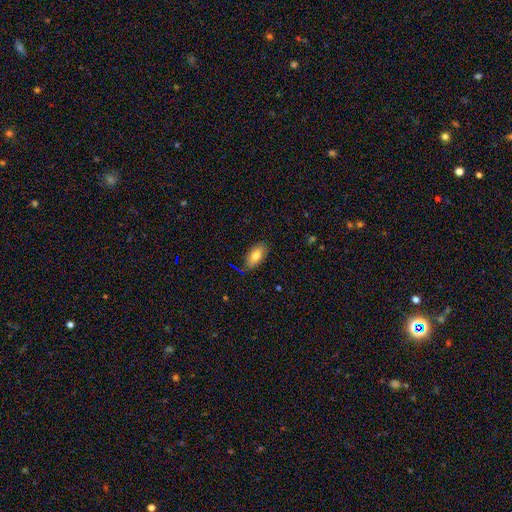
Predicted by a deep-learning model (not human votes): Smooth or featured? smooth (79%)
How rounded? in between (90%)
Merging? none (83%)